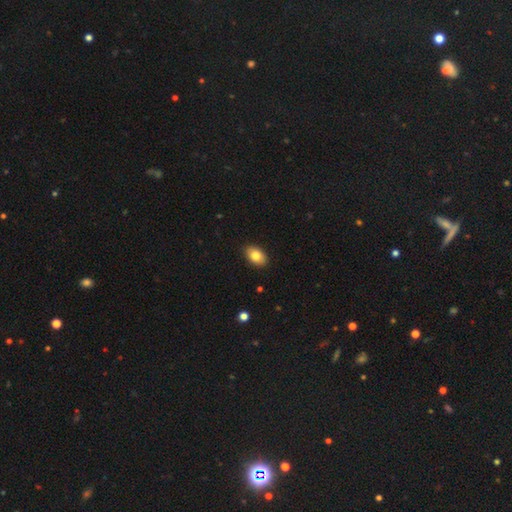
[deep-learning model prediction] A smooth galaxy with no disk features (82%) that is in between round and cigar-shaped (90%).

Vote fractions:
- Smooth or featured? smooth: 82% / featured or disk: 10% / star or artifact: 7%
- How rounded? in between: 90% / round: 9% / cigar-shaped: 1%
- Merging? none: 88% / minor disturbance: 10% / major disturbance: 2% / merger: 1%